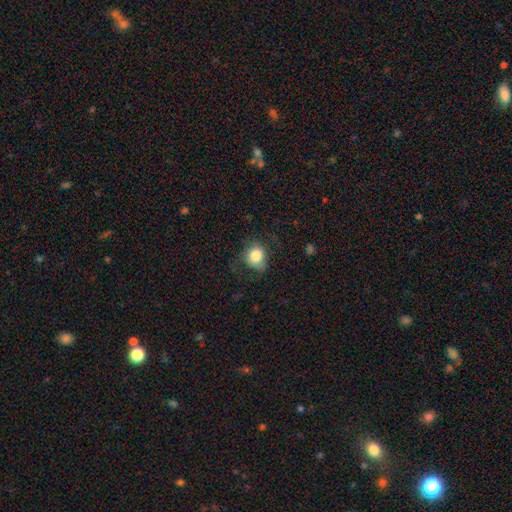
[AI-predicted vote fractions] A smooth galaxy with no disk features (82%) that is round (75%). Merging: none (62%).